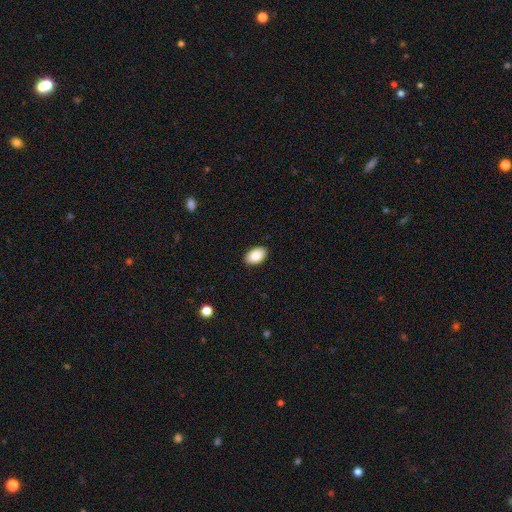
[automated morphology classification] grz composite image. It shows a smooth galaxy with no disk features (88%) that is in between round and cigar-shaped (92%). Merging: none (90%).